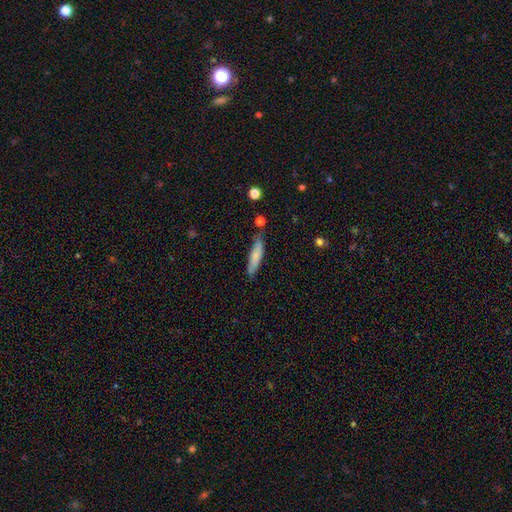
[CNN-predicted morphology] type=smooth (74%); roundness=cigar-shaped (82%); merging=none (73%).